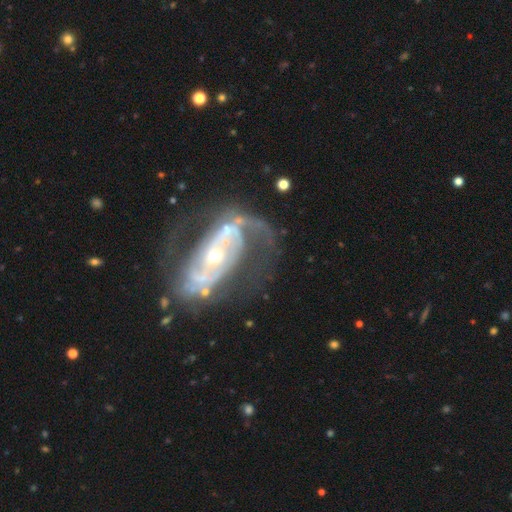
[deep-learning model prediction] This appears to be a featured or disk galaxy (85%) with a strong bar (37%, tied with no), 2 (76%) medium (44%) spiral arms (86%) and a small central bulge (60%). Merging: none (58%).